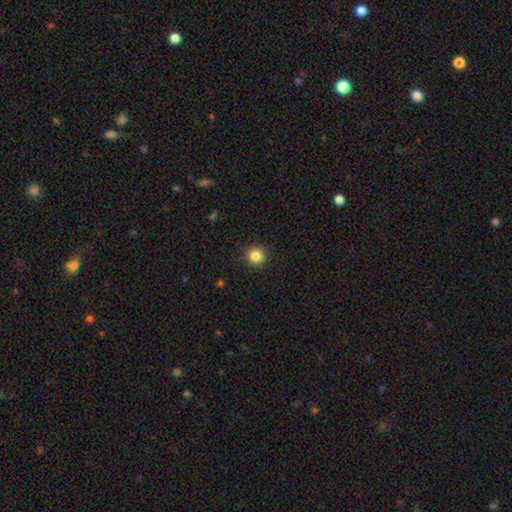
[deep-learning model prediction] This appears to be a smooth galaxy with no disk features (85%) that is round (95%). Merging: none (92%).